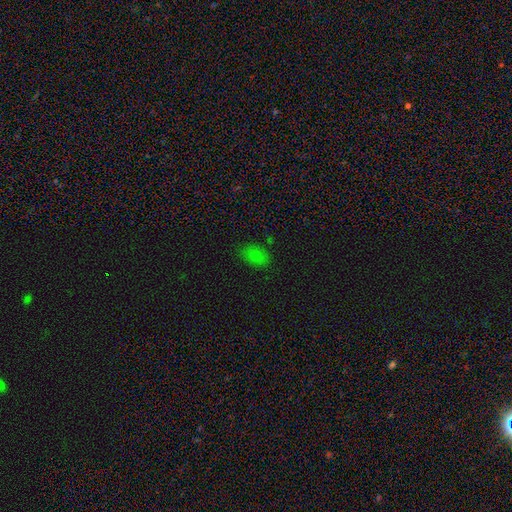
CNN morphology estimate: This is likely a smooth galaxy (77%). How rounded: clearly in between (84%). Merging: likely none (76%).